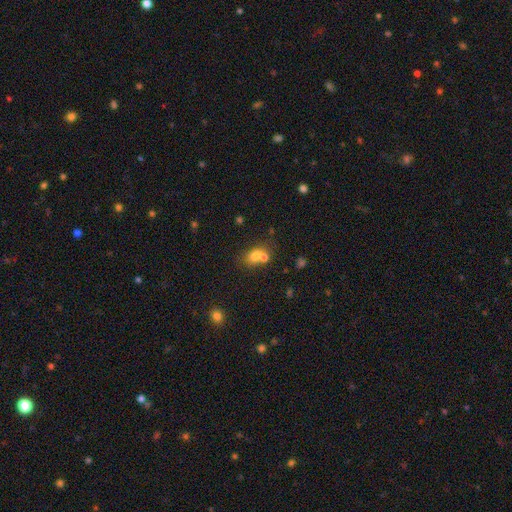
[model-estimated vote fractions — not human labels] A smooth galaxy with no disk features (71%) that is in between round and cigar-shaped (55%). Merging: merger (47%).